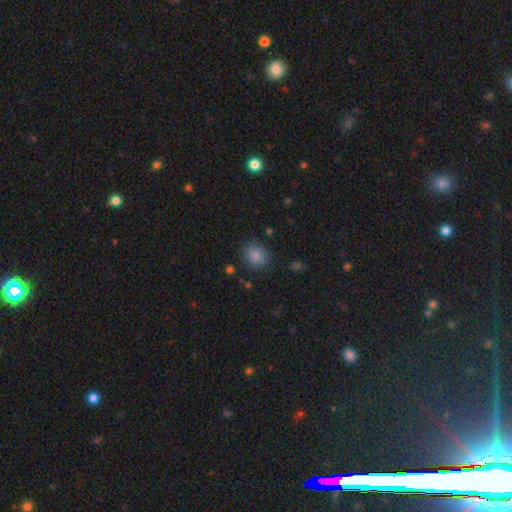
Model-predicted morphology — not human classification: Smooth or featured? Predicted: smooth (p=0.84). How rounded? Predicted: round (p=0.67). Merging? Predicted: none (p=0.82).